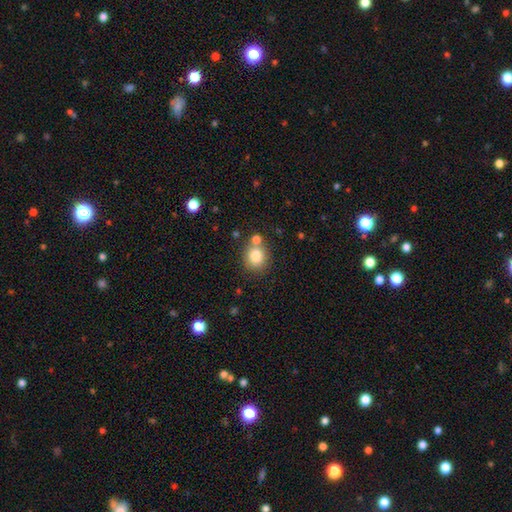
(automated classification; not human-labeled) This appears to be a smooth galaxy with no disk features (82%) that is round (82%). Merging: none (68%).